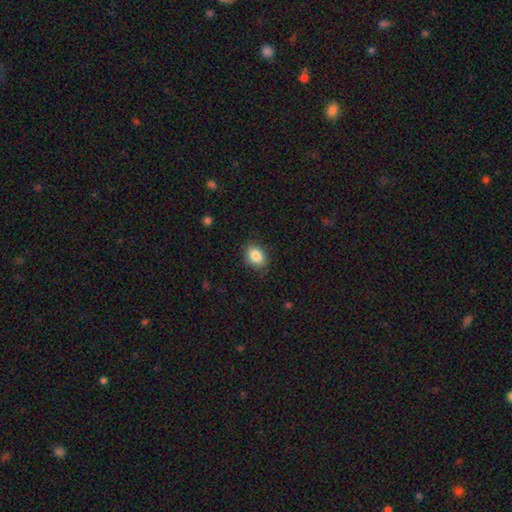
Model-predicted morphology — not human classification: This appears to be a smooth galaxy with no disk features (86%) that is in between round and cigar-shaped (72%). Merging: none (84%).